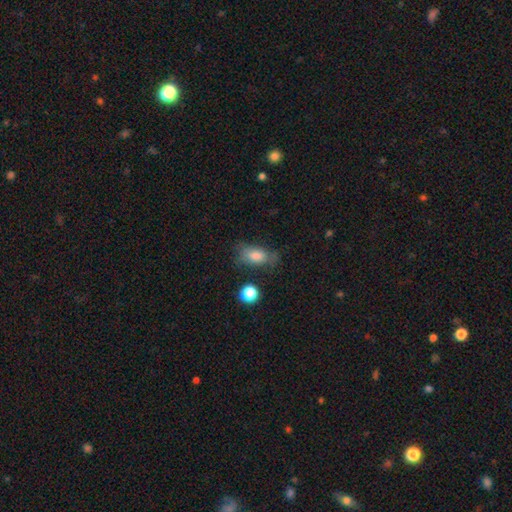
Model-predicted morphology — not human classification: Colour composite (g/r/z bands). It shows a smooth galaxy with no disk features (73%) that is in between round and cigar-shaped (83%). Merging: none (61%).